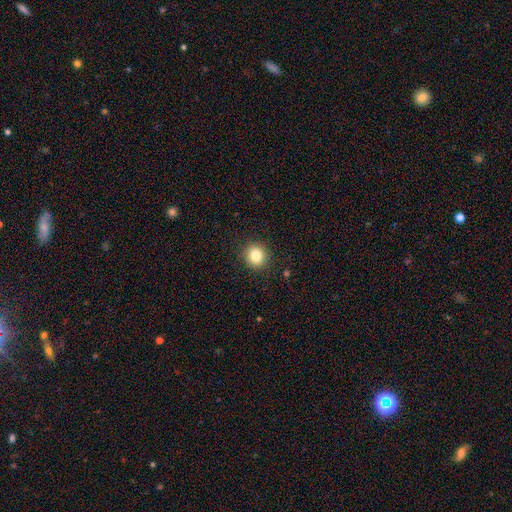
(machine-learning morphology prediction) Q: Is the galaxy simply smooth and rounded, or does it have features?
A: smooth — 82%.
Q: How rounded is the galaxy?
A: round — 85%.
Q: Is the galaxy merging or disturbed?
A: none — 91%.